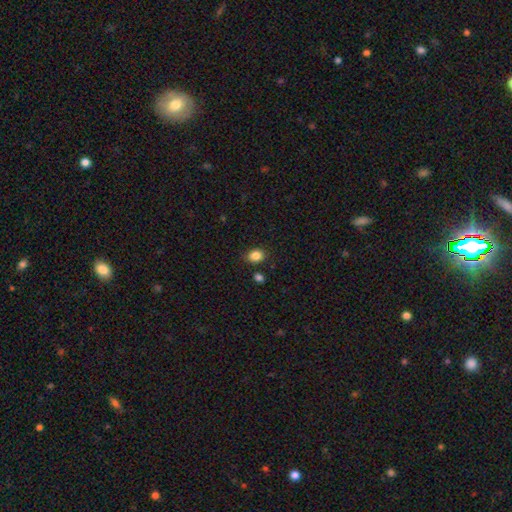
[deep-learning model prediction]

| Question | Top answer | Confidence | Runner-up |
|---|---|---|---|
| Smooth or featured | smooth | 86% | star or artifact (10%) |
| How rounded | in between | 56% | round (43%) |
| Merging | none | 83% | minor disturbance (10%) |